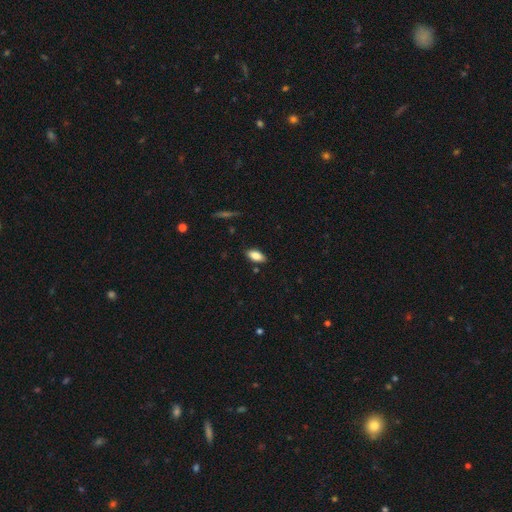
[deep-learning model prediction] Morphology: type=smooth (86%); roundness=in between (90%); merging=none (86%).